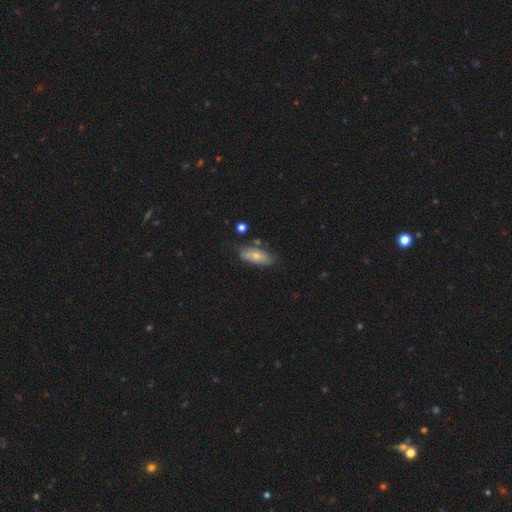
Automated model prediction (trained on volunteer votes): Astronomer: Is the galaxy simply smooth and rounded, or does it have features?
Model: smooth — 63%.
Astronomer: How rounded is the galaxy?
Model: in between — 83%.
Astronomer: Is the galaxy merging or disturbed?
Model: none — 59%.